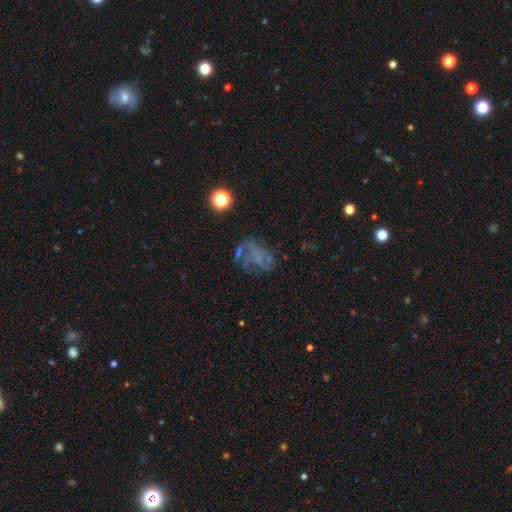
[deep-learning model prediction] Q: Smooth or featured?
A: featured or disk (53%); runner-up: smooth (25%)
Q: Edge-on disk?
A: no (97%); runner-up: yes (3%)
Q: Bar?
A: no (83%); runner-up: weak (13%)
Q: Spiral arms?
A: no (51%); runner-up: yes (49%)
Q: Bulge size?
A: none (70%); runner-up: small (19%)
Q: Merging?
A: none (45%); runner-up: major disturbance (30%)